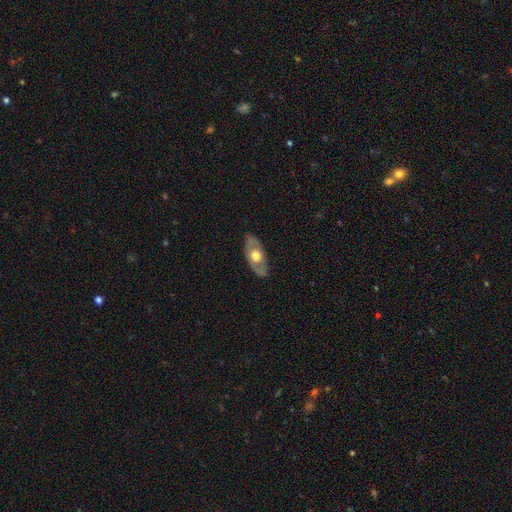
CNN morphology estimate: Smooth or featured? Predicted: featured or disk (p=0.57). Edge-on disk? Predicted: no (p=0.77). Merging? Predicted: none (p=0.82).